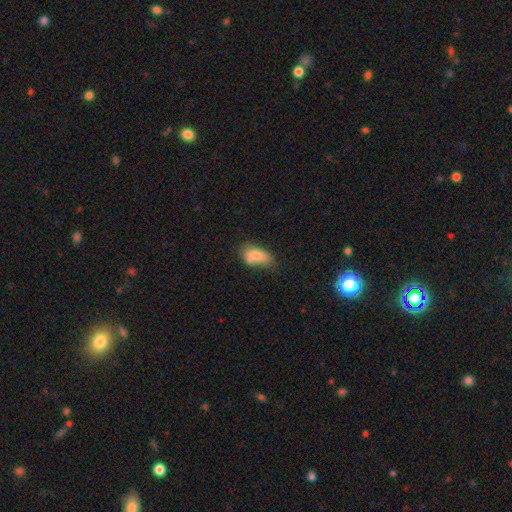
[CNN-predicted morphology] This appears to be a smooth galaxy with no disk features (74%) that is in between round and cigar-shaped (90%). Merging: none (43%).